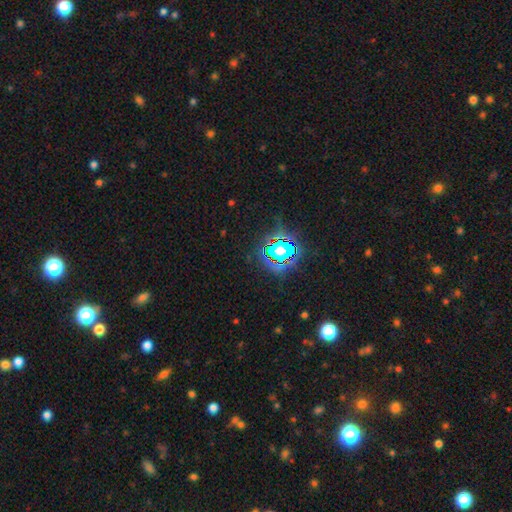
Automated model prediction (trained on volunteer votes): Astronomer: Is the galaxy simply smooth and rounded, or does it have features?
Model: star or artifact — 81%.